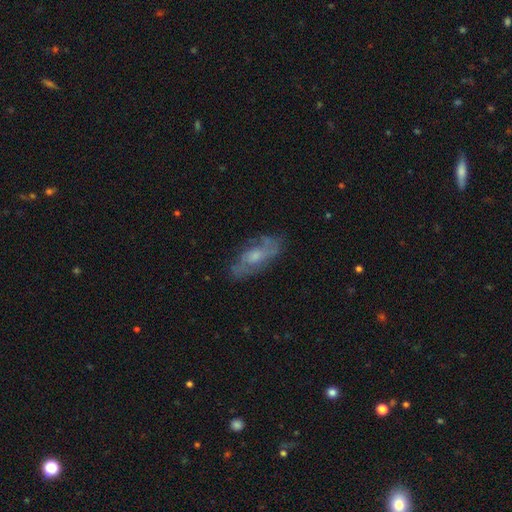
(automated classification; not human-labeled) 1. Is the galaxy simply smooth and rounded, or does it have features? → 67% featured or disk, 26% smooth, 7% star or artifact.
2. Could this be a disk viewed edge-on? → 87% no, 13% yes.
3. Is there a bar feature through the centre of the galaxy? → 67% no, 28% weak, 4% strong.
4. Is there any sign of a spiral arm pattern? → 80% yes, 20% no.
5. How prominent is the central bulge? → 49% moderate, 35% small, 8% none, 7% large, 1% dominant.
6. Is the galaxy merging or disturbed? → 70% none, 20% minor disturbance, 8% major disturbance, 2% merger.